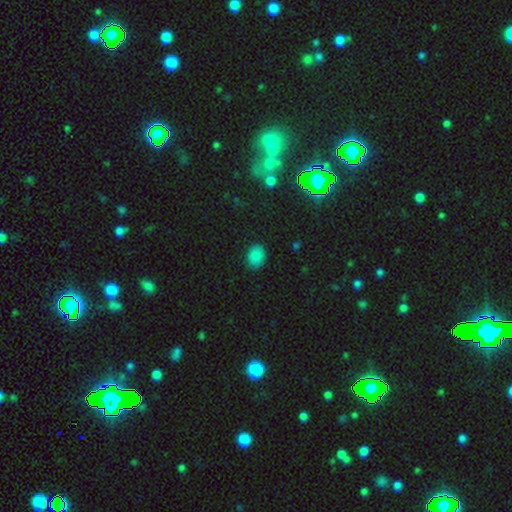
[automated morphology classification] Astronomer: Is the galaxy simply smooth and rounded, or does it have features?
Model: smooth — 84%.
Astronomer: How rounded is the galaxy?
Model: in between — 65%.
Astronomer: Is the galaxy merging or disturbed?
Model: none — 85%.